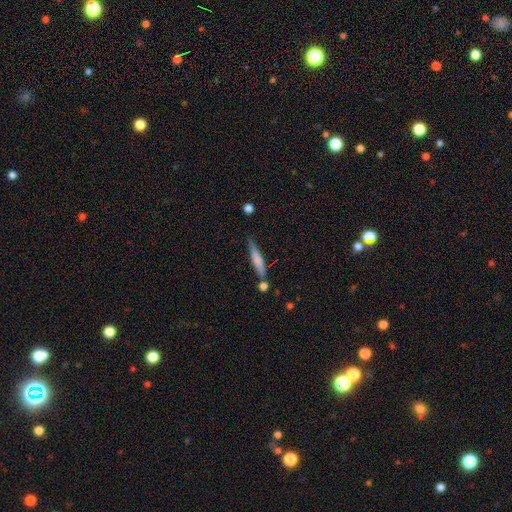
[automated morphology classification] The model was most divided on "smooth or featured": smooth: 60%, featured or disk: 33%, star or artifact: 7%. More confident: how rounded — cigar-shaped (91%); merging — none (74%).